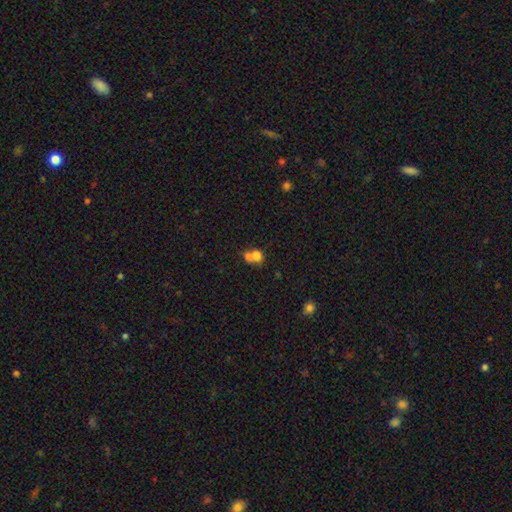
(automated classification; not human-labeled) Smooth or featured? Predicted: smooth (p=0.72). How rounded? Predicted: round (p=0.61). Merging? Predicted: merger (p=0.65).